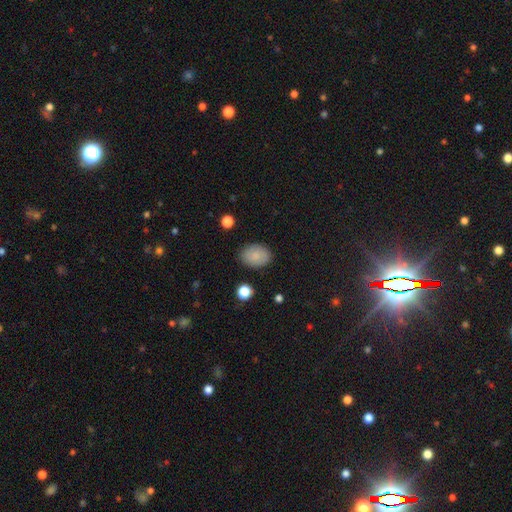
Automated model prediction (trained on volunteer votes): Smooth or featured: smooth — 84% (star or artifact — 8%)
How rounded: in between — 77% (round — 22%)
Merging: none — 85% (minor disturbance — 11%)